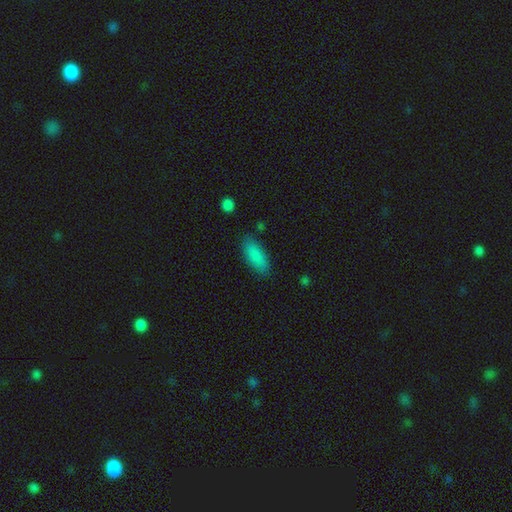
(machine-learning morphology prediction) Q: Smooth or featured?
A: smooth (86%); runner-up: star or artifact (7%)
Q: How rounded?
A: in between (71%); runner-up: cigar-shaped (27%)
Q: Merging?
A: none (83%); runner-up: minor disturbance (12%)